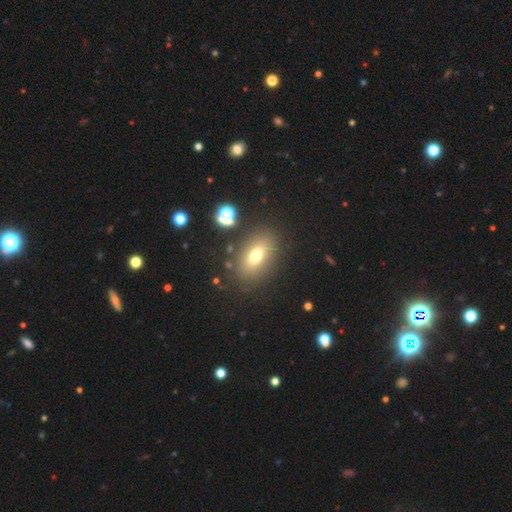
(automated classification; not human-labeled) smooth 70%, featured or disk 17%, star or artifact 14%. Down the decision tree: how rounded — in between (83%); merging — none (82%).